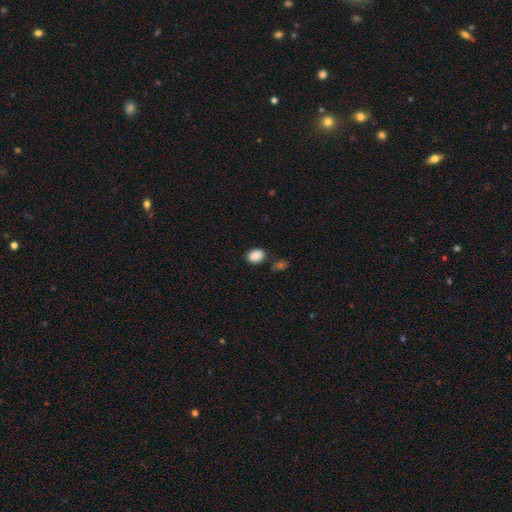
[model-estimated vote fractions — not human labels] Smooth or featured: smooth — 88% (star or artifact — 9%)
How rounded: in between — 57% (round — 43%)
Merging: none — 79% (minor disturbance — 13%)